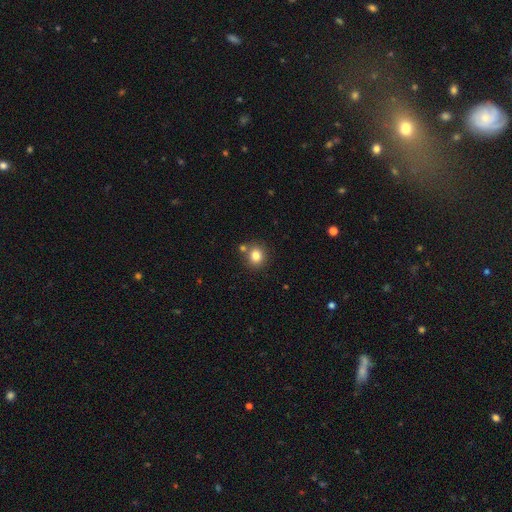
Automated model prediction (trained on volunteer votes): Q: Smooth or featured?
A: smooth (81%); runner-up: star or artifact (12%)
Q: How rounded?
A: round (84%); runner-up: in between (16%)
Q: Merging?
A: none (76%); runner-up: merger (13%)